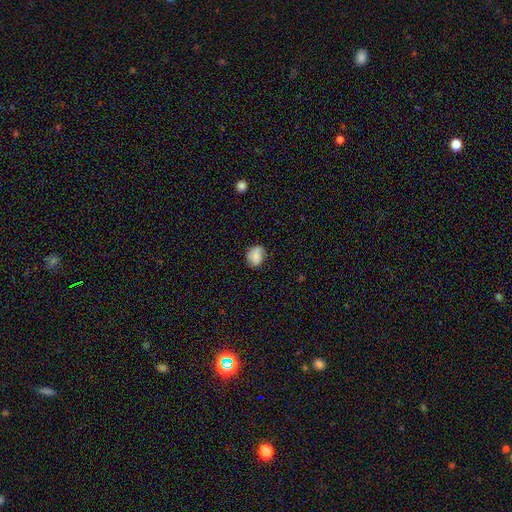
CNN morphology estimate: The model was most divided on "how rounded": round: 60%, in between: 39%, cigar-shaped: 1%. More confident: smooth or featured — smooth (81%); merging — none (68%).